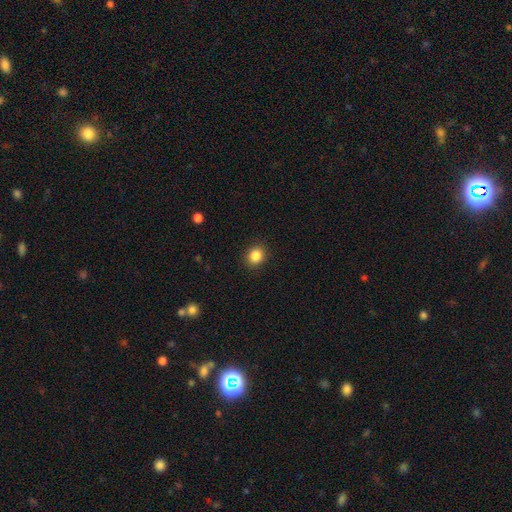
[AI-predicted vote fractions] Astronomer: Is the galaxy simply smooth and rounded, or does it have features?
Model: smooth — 86%.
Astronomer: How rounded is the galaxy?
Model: round — 76%.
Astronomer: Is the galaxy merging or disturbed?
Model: none — 90%.